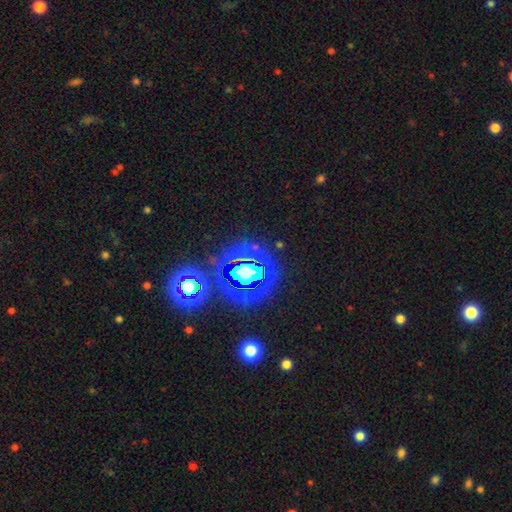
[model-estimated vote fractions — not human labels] A star or artifact, not a galaxy (82%).

Vote fractions:
- Smooth or featured? star or artifact: 82% / smooth: 11% / featured or disk: 7%